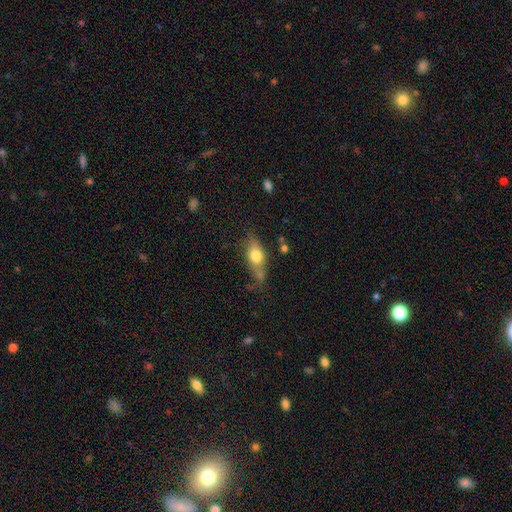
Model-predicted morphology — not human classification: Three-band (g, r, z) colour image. It shows a smooth galaxy with no disk features (69%) that is in between round and cigar-shaped (74%). Merging: none (55%).